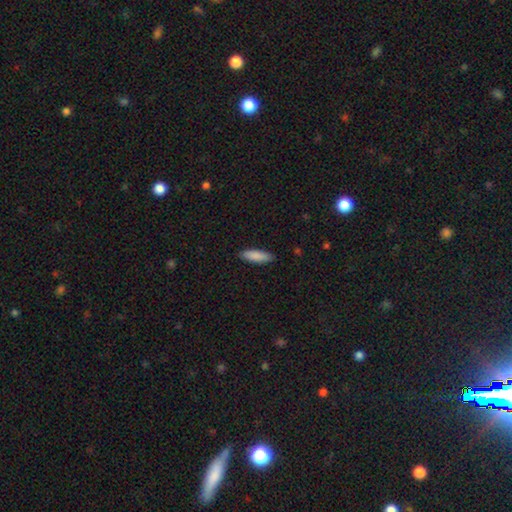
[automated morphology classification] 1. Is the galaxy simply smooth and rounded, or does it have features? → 88% smooth, 7% featured or disk, 6% star or artifact.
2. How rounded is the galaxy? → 53% cigar-shaped, 46% in between, 1% round.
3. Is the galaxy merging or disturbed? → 88% none, 9% minor disturbance, 2% major disturbance, 1% merger.